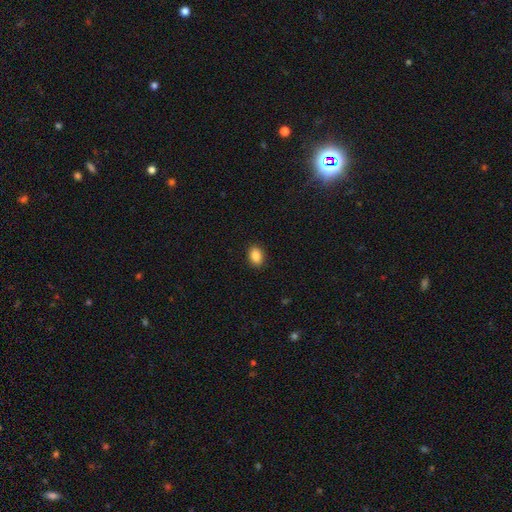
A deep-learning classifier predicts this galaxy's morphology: type=smooth (88%); roundness=in between (75%); merging=none (90%).